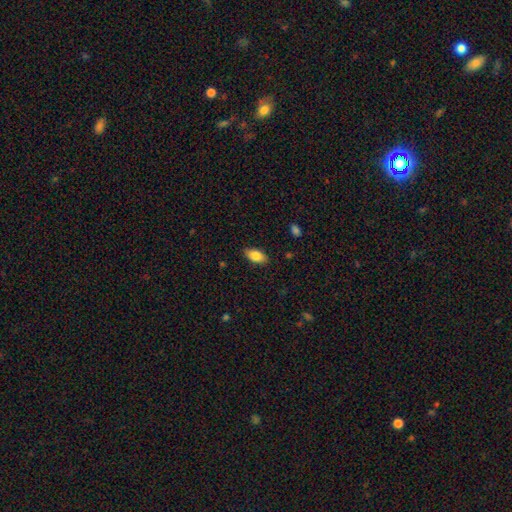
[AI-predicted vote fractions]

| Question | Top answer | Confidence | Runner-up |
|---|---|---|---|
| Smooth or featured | smooth | 83% | featured or disk (10%) |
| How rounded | in between | 91% | cigar-shaped (5%) |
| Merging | none | 87% | minor disturbance (9%) |